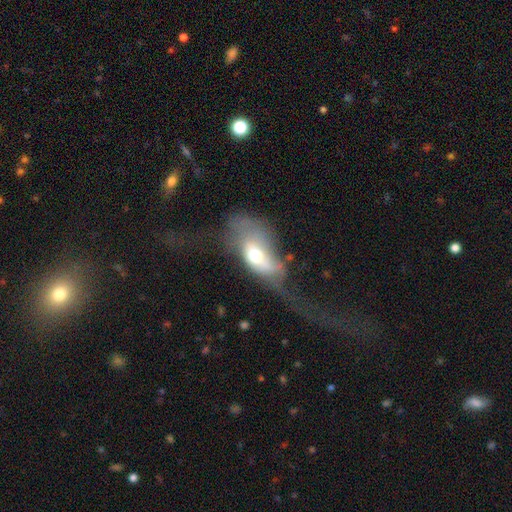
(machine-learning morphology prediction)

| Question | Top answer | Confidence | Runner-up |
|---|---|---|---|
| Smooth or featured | smooth | 55% | featured or disk (37%) |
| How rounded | in between | 86% | round (7%) |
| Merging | major disturbance | 58% | minor disturbance (18%) |